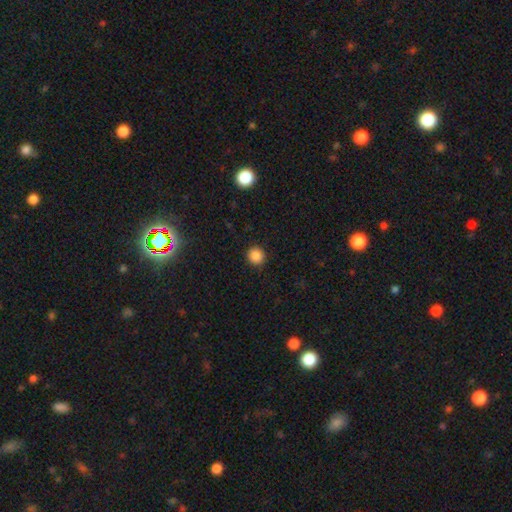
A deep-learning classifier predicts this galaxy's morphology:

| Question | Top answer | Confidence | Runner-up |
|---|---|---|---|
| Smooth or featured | smooth | 86% | star or artifact (11%) |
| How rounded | round | 92% | in between (7%) |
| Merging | none | 91% | minor disturbance (6%) |